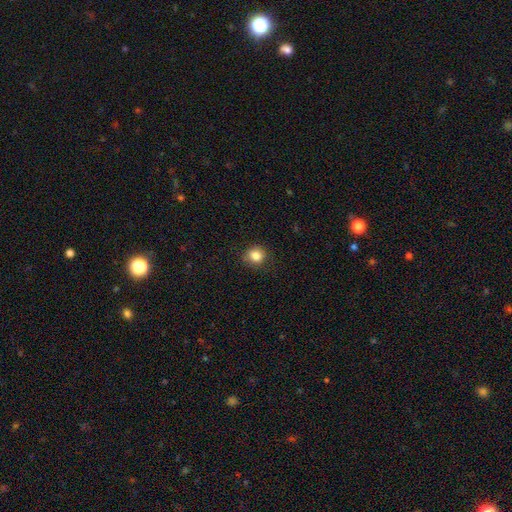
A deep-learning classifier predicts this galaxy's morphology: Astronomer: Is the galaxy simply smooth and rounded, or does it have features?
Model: smooth — 84%.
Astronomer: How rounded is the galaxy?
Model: round — 79%.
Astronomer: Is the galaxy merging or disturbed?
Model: none — 85%.